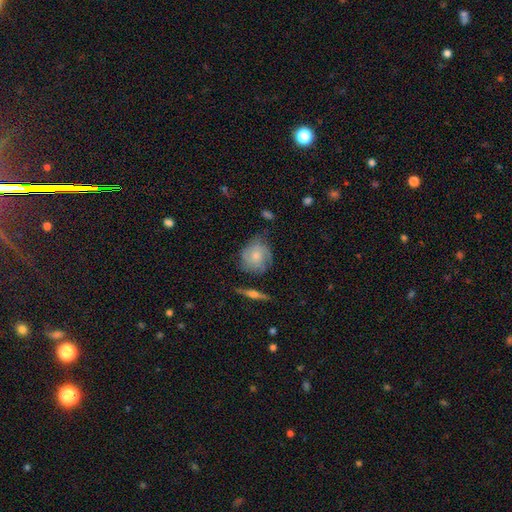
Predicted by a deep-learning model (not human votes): A featured or disk galaxy (48%). Merging: none (59%).